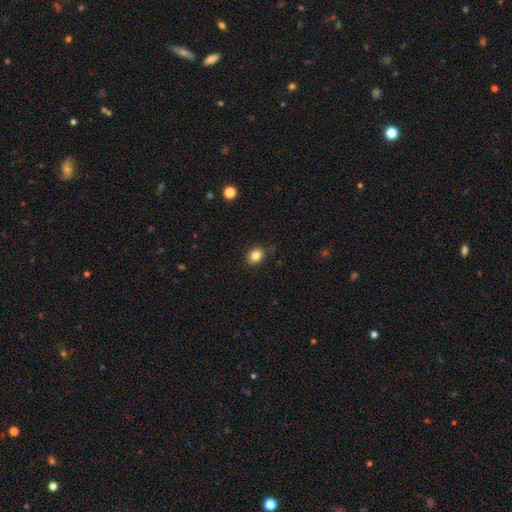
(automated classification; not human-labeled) The model was most divided on "how rounded": in between: 53%, round: 46%, cigar-shaped: 1%. More confident: smooth or featured — smooth (83%); merging — none (83%).